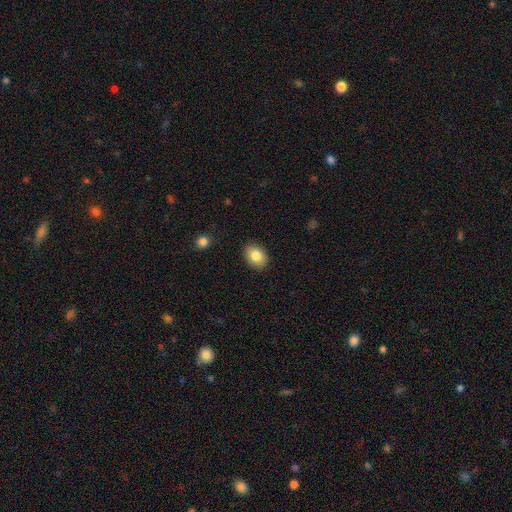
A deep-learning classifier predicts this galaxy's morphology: Q: Smooth or featured?
A: smooth (84%); runner-up: featured or disk (9%)
Q: How rounded?
A: in between (70%); runner-up: round (29%)
Q: Merging?
A: none (88%); runner-up: minor disturbance (9%)